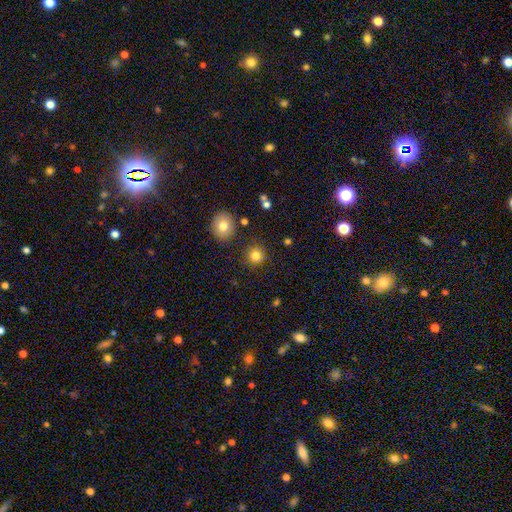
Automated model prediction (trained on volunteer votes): Morphology: type=smooth (82%); roundness=round (93%); merging=none (88%).